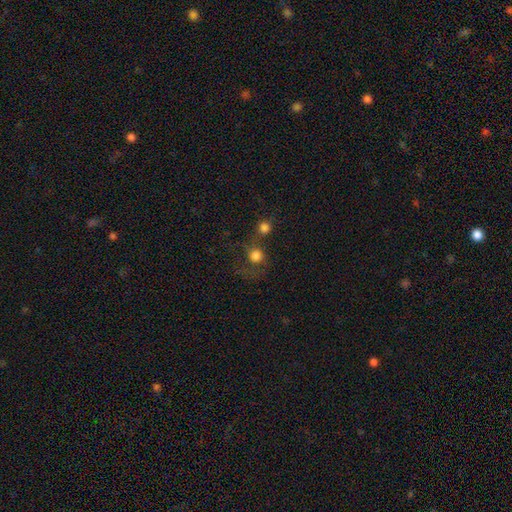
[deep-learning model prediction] Smooth or featured? Predicted: smooth (p=0.75). How rounded? Predicted: round (p=0.88). Merging? Predicted: none (p=0.42).